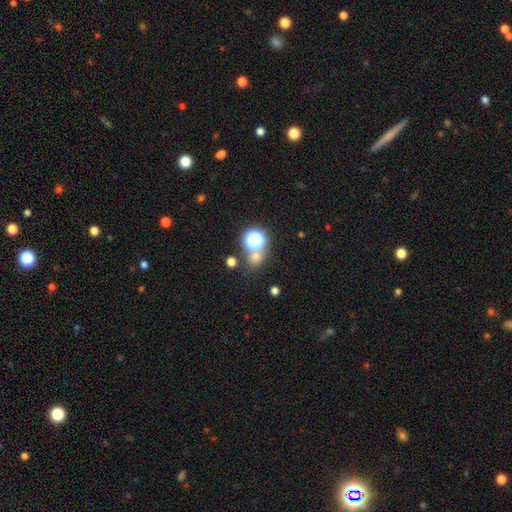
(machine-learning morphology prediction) This is possibly a smooth galaxy (57%). How rounded: clearly round (82%). Merging: likely none (67%).